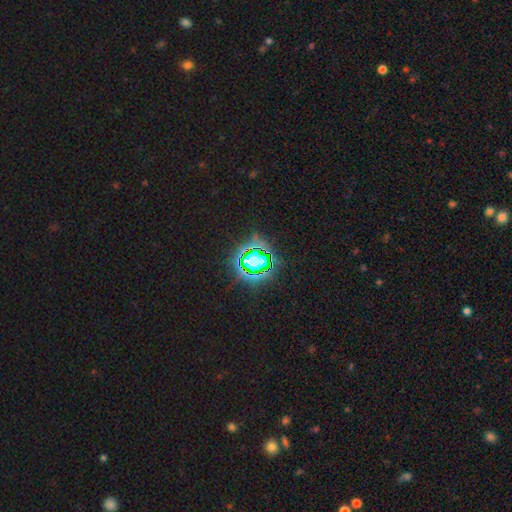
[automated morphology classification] This is likely a star or artifact rather than a galaxy (80%).